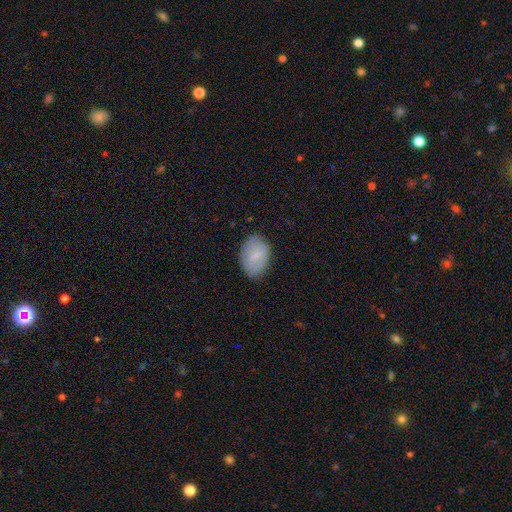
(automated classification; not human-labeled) smooth_or_featured: smooth (p=0.70) [alt: featured or disk p=0.23]
how_rounded: in between (p=0.86) [alt: round p=0.13]
merging: none (p=0.78) [alt: minor disturbance p=0.17]